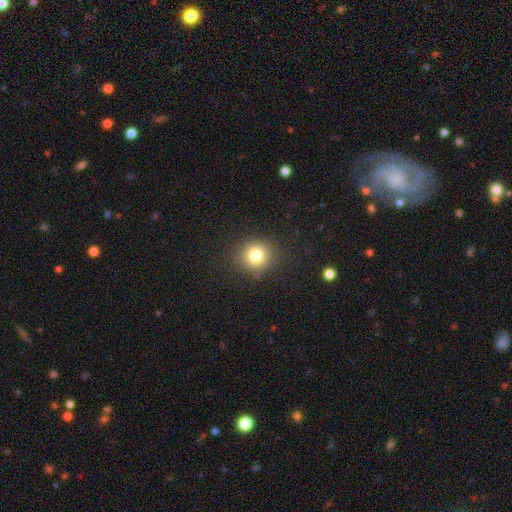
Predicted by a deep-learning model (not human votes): Smooth or featured?
  - smooth: 79% *
  - star or artifact: 13%
  - featured or disk: 8%
How rounded?
  - round: 90% *
  - in between: 9%
  - cigar-shaped: 1%
Merging?
  - none: 87% *
  - minor disturbance: 8%
  - major disturbance: 3%
  - merger: 1%